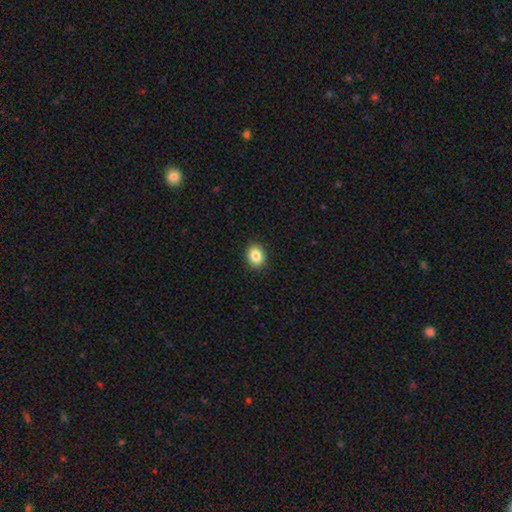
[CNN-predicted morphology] This is clearly a smooth galaxy (85%). How rounded: possibly in between (53%). Merging: clearly none (90%).